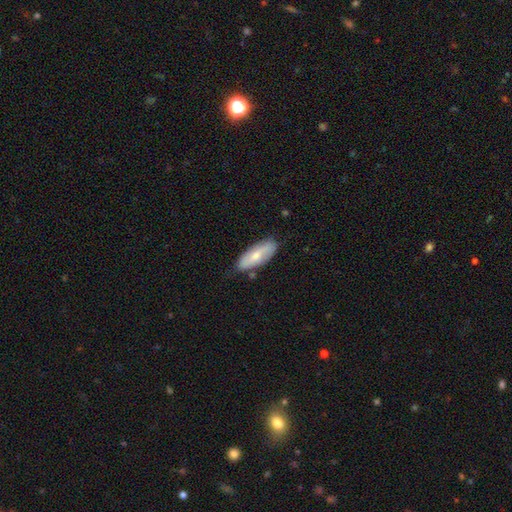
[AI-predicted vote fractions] Smooth or featured? Predicted: smooth (p=0.64). How rounded? Predicted: in between (p=0.73). Merging? Predicted: none (p=0.75).